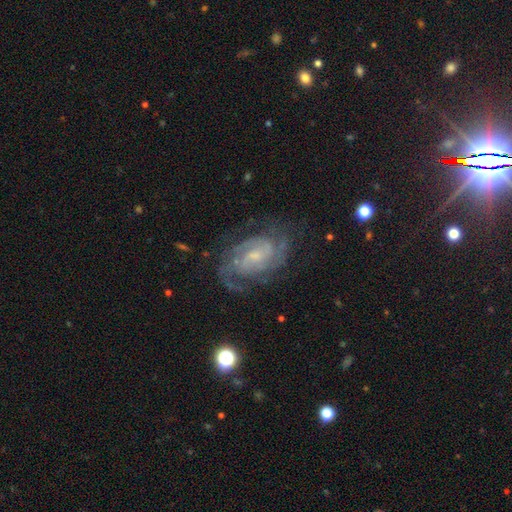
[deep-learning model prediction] A featured or disk galaxy (87%) with a weak bar (49%), 2 (50%) tight (55%) spiral arms (97%) and a small central bulge (61%).

Vote fractions:
- Smooth or featured? featured or disk: 87% / smooth: 6% / star or artifact: 6%
- Edge-on disk? no: 97% / yes: 3%
- Bar? weak: 49% / no: 40% / strong: 11%
- Spiral arms? yes: 97% / no: 3%
- Spiral winding? tight: 55% / medium: 38% / loose: 7%
- Spiral arm count? 2: 50% / can't tell: 21% / 3: 16% / 4: 5% / 1: 4% / more than 4: 4%
- Bulge size? small: 61% / moderate: 25% / none: 11% / large: 2% / dominant: 1%
- Merging? none: 72% / minor disturbance: 17% / major disturbance: 9% / merger: 1%